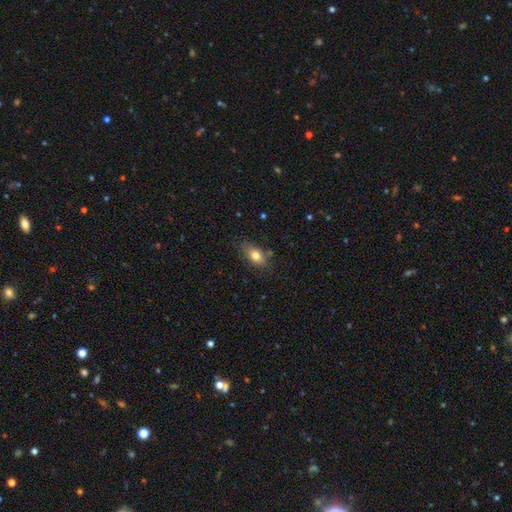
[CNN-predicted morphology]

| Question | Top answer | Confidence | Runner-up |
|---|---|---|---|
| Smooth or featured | smooth | 76% | featured or disk (15%) |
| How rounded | in between | 84% | cigar-shaped (9%) |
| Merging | none | 71% | minor disturbance (21%) |